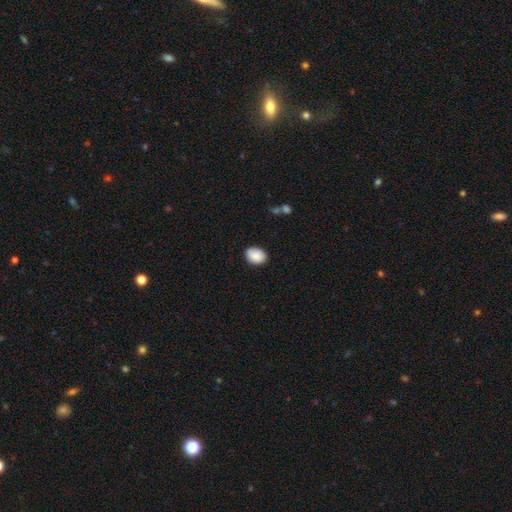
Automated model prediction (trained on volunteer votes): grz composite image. It shows a smooth galaxy with no disk features (89%) that is in between round and cigar-shaped (69%). Merging: none (83%).